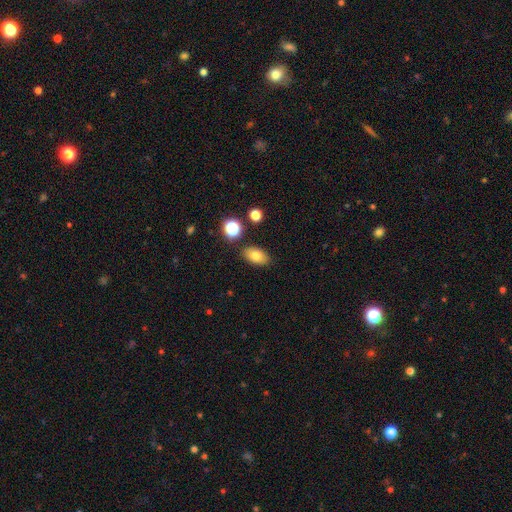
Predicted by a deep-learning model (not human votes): This appears to be a smooth galaxy with no disk features (78%) that is in between round and cigar-shaped (88%). Merging: none (84%).